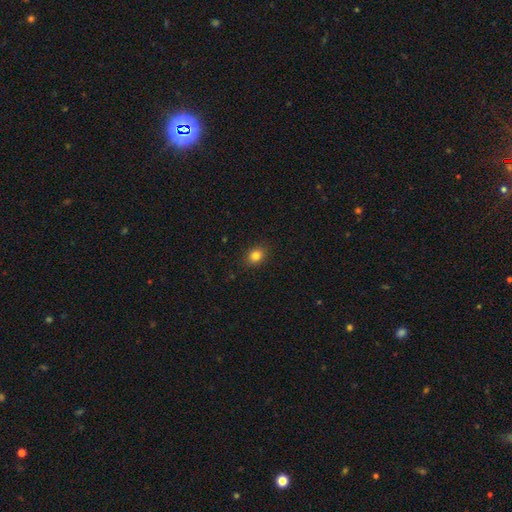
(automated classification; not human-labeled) Smooth or featured: smooth — 83% (star or artifact — 12%)
How rounded: round — 54% (in between — 45%)
Merging: none — 88% (minor disturbance — 9%)